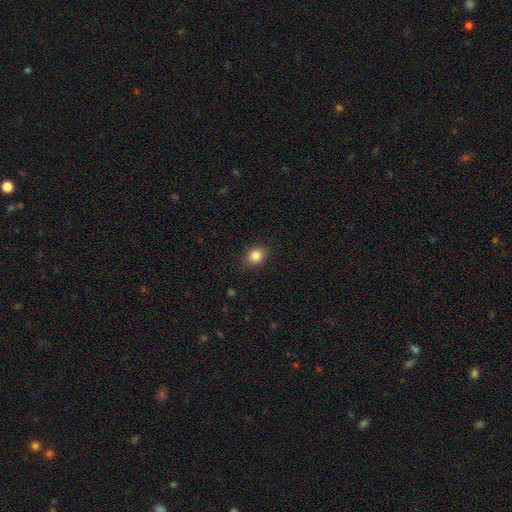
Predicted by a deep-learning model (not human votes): Smooth or featured? smooth (85%)
How rounded? round (60%)
Merging? none (87%)